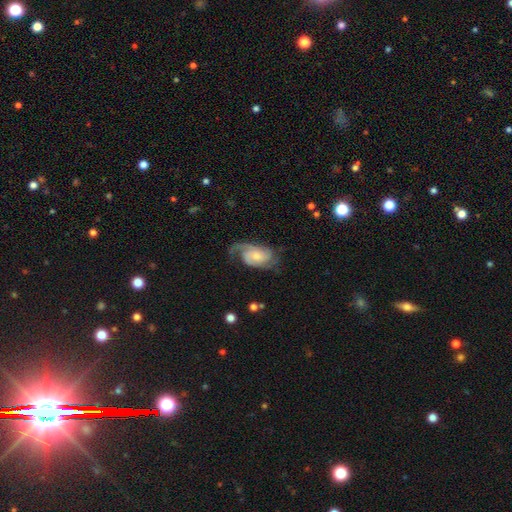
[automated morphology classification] This is clearly a featured or disk galaxy (82%). It is clearly not viewed edge-on (97%). Bar: likely no (62%). Spiral arm pattern: clearly yes (96%). Spiral arm count: possibly 2 (57%). Spiral winding: possibly medium (45%). Central bulge: marginally small (43%). Merging: possibly none (53%).